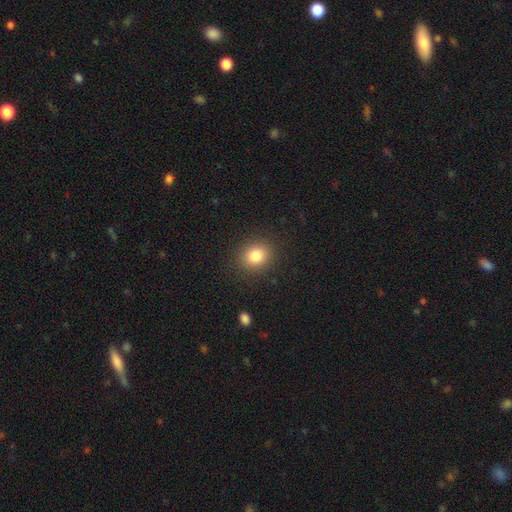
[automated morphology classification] A smooth galaxy with no disk features (82%) that is round (71%).

Vote fractions:
- Smooth or featured? smooth: 82% / star or artifact: 11% / featured or disk: 7%
- How rounded? round: 71% / in between: 28% / cigar-shaped: 1%
- Merging? none: 88% / minor disturbance: 8% / major disturbance: 3% / merger: 1%